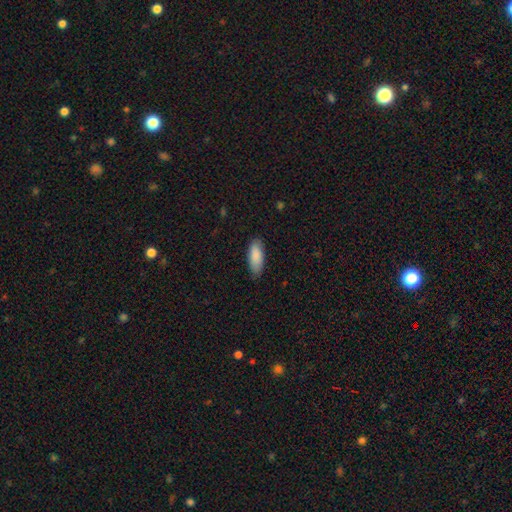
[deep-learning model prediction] Smooth or featured?
  - smooth: 89% *
  - featured or disk: 6%
  - star or artifact: 6%
How rounded?
  - in between: 80% *
  - cigar-shaped: 19%
  - round: 2%
Merging?
  - none: 83% *
  - minor disturbance: 13%
  - major disturbance: 2%
  - merger: 1%